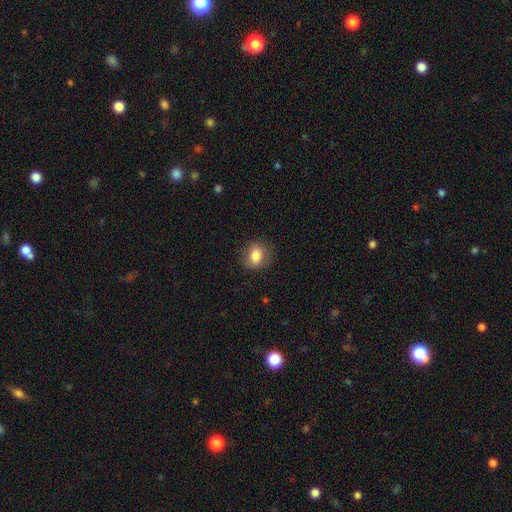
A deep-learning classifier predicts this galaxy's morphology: A smooth galaxy with no disk features (82%) that is in between round and cigar-shaped (51%). Merging: none (82%).